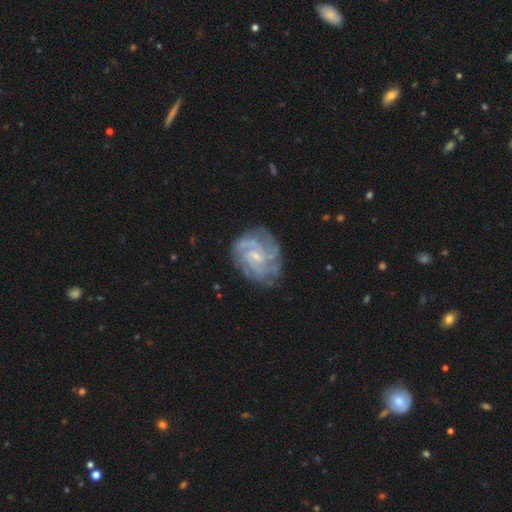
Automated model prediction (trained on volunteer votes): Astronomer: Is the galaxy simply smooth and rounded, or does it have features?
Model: featured or disk — 86%.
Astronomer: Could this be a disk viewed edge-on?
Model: no — 98%.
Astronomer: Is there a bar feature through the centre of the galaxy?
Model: no — 54% (runner-up: weak, 39%).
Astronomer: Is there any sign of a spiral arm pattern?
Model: yes — 96%.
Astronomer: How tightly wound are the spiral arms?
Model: tight — 59%.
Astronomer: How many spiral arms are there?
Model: can't tell — 27% (runner-up: 4, 25%).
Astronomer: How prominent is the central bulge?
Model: small — 71%.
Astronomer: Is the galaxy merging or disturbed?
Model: none — 76%.